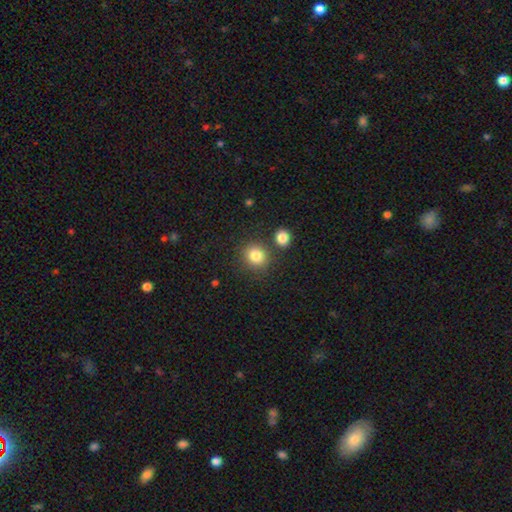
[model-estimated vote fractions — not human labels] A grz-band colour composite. It shows a smooth galaxy with no disk features (84%) that is round (84%). Merging: none (78%).